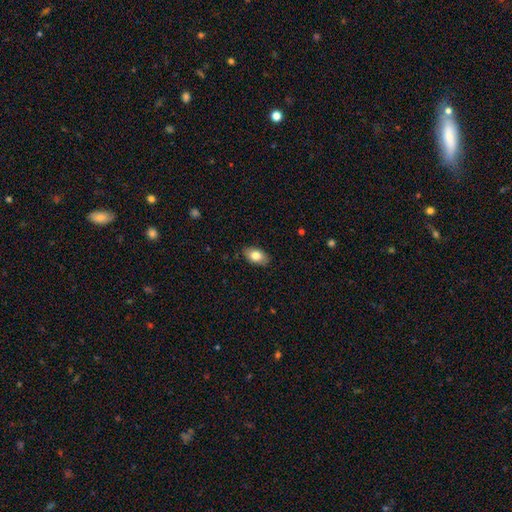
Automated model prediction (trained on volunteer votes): Morphology: type=smooth (80%); roundness=in between (91%); merging=none (86%).